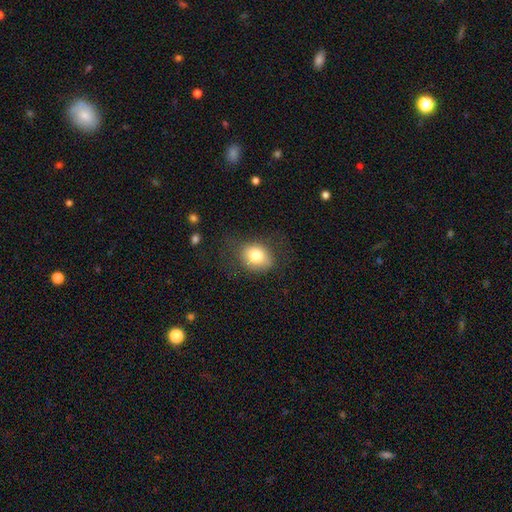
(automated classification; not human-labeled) The model was most divided on "how rounded": round: 54%, in between: 45%, cigar-shaped: 1%. More confident: smooth or featured — smooth (78%); merging — none (70%).